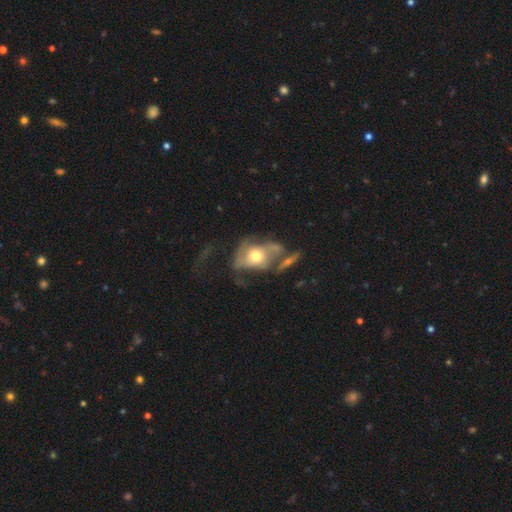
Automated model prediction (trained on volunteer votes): smooth-or-featured: featured or disk: 49% | smooth: 43% | star or artifact: 8%
  merging: major disturbance: 37% | merger: 24% | none: 22% | minor disturbance: 18%